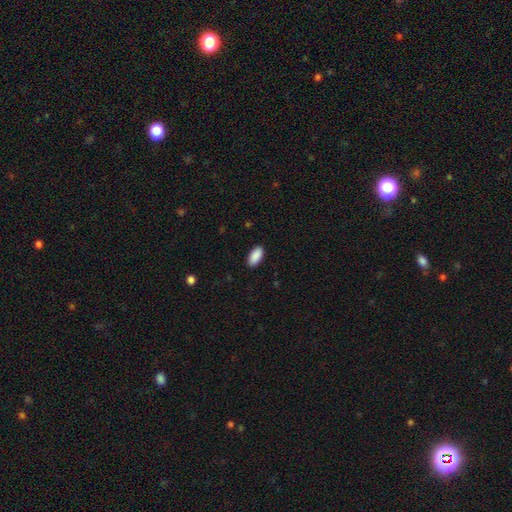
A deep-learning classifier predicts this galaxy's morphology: Smooth or featured?
  - smooth: 91% *
  - star or artifact: 6%
  - featured or disk: 3%
How rounded?
  - in between: 93% *
  - cigar-shaped: 5%
  - round: 2%
Merging?
  - none: 90% *
  - minor disturbance: 8%
  - major disturbance: 2%
  - merger: 1%